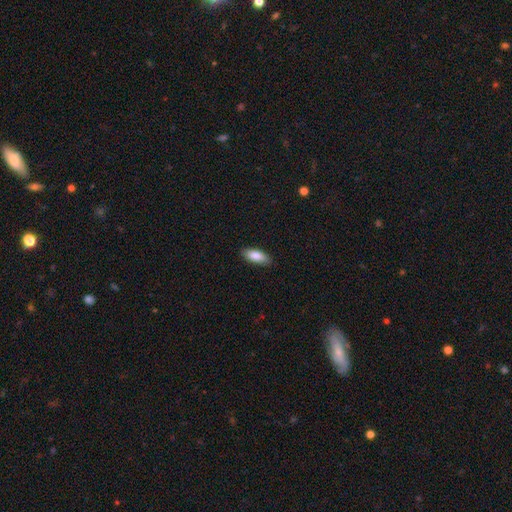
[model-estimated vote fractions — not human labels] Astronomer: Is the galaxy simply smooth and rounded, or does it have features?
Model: smooth — 86%.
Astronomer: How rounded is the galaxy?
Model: in between — 78%.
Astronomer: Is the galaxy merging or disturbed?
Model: none — 87%.